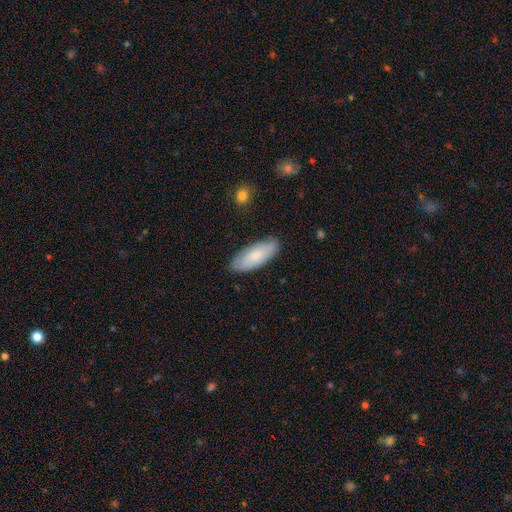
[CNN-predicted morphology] Q: Smooth or featured?
A: smooth (74%); runner-up: featured or disk (20%)
Q: How rounded?
A: in between (81%); runner-up: cigar-shaped (17%)
Q: Merging?
A: none (84%); runner-up: minor disturbance (12%)